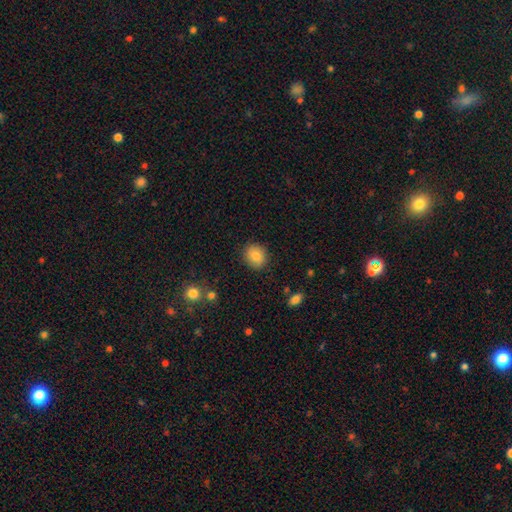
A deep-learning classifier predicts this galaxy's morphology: Q: Smooth or featured?
A: smooth (84%); runner-up: star or artifact (9%)
Q: How rounded?
A: round (68%); runner-up: in between (31%)
Q: Merging?
A: none (88%); runner-up: minor disturbance (8%)